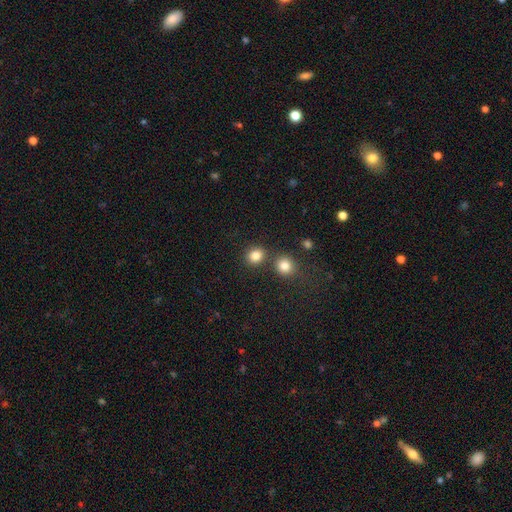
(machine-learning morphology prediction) Smooth or featured: smooth — 84% (star or artifact — 12%)
How rounded: round — 78% (in between — 21%)
Merging: none — 75% (merger — 15%)